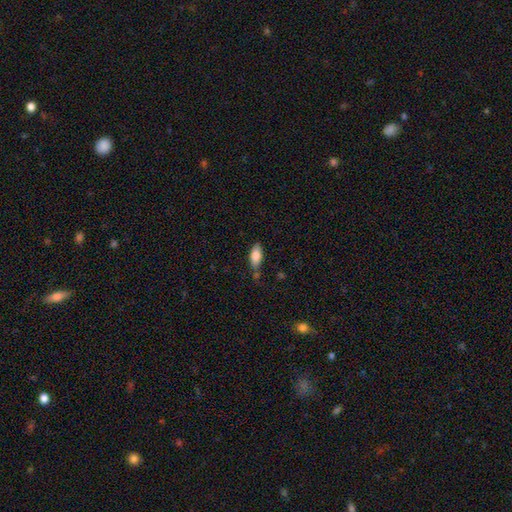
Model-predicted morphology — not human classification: A smooth galaxy with no disk features (81%) that is in between round and cigar-shaped (84%).

Vote fractions:
- Smooth or featured? smooth: 81% / featured or disk: 12% / star or artifact: 7%
- How rounded? in between: 84% / cigar-shaped: 13% / round: 2%
- Merging? none: 69% / minor disturbance: 20% / merger: 7% / major disturbance: 4%